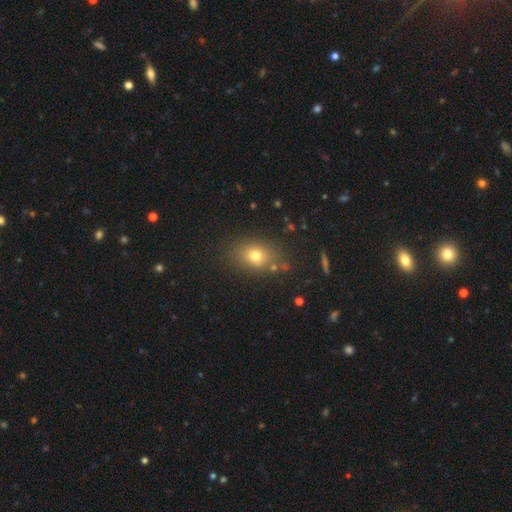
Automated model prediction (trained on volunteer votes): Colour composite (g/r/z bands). It shows a smooth galaxy with no disk features (73%) that is in between round and cigar-shaped (61%). Merging: none (80%).